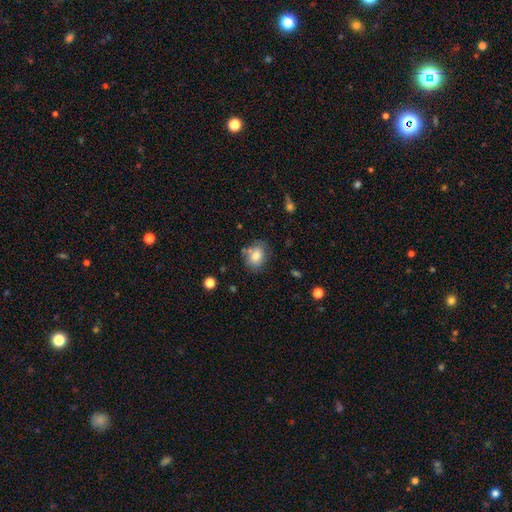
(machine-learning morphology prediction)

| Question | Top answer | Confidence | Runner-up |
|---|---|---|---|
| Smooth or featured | smooth | 80% | featured or disk (11%) |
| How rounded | in between | 62% | round (37%) |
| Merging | none | 67% | minor disturbance (20%) |